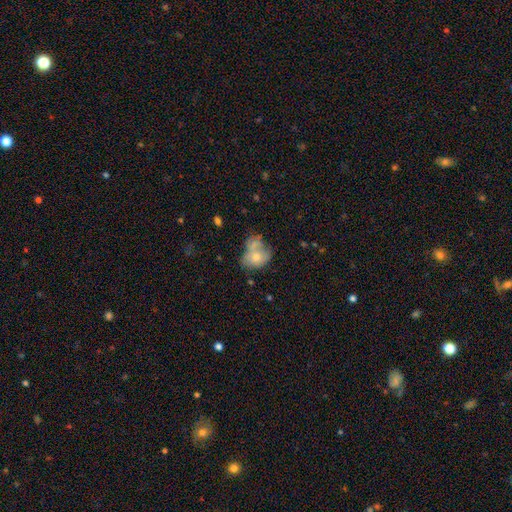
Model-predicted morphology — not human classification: Q: Smooth or featured?
A: smooth (63%); runner-up: featured or disk (29%)
Q: How rounded?
A: in between (60%); runner-up: round (39%)
Q: Merging?
A: merger (35%); runner-up: none (27%)